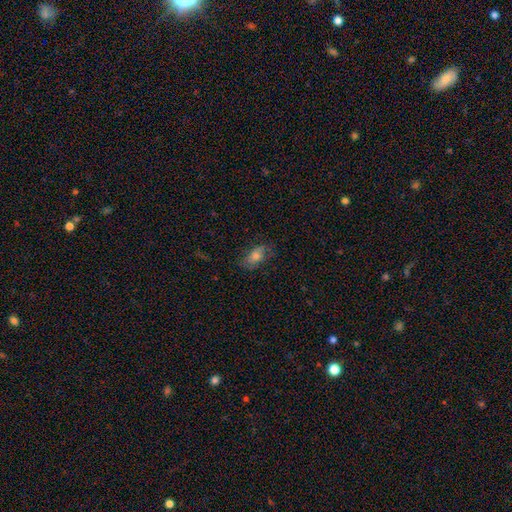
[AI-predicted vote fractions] Q: Smooth or featured?
A: smooth (59%); runner-up: featured or disk (27%)
Q: How rounded?
A: in between (81%); runner-up: round (11%)
Q: Merging?
A: none (72%); runner-up: minor disturbance (19%)